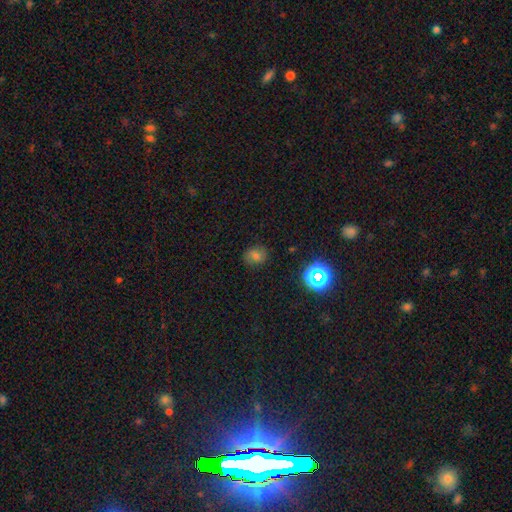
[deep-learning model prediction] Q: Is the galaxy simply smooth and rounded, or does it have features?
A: smooth — 69%.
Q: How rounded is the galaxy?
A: round — 65%.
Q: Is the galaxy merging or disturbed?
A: none — 81%.